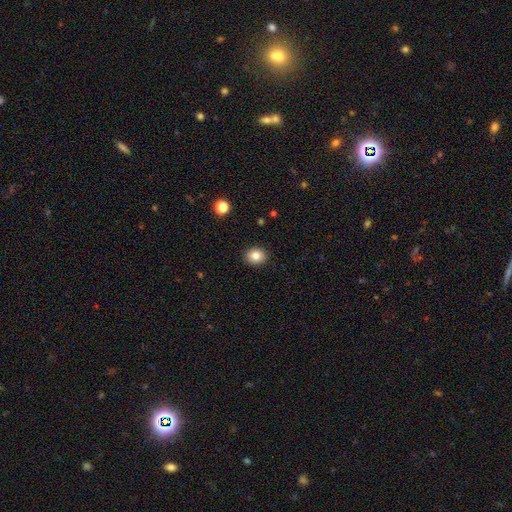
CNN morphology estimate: type=smooth (83%); roundness=round (64%); merging=none (91%).